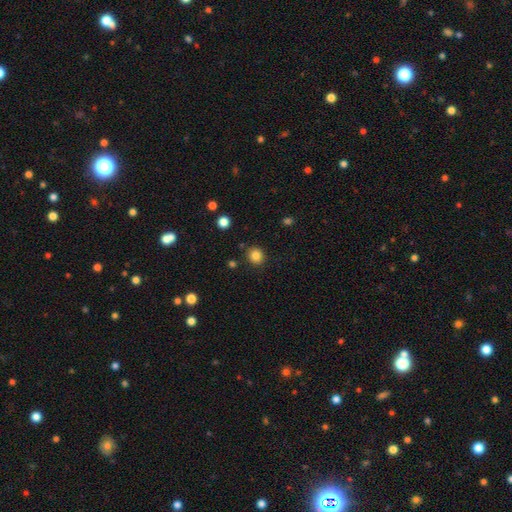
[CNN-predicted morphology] Overall: smooth (84%). How rounded: round (86%). Merging: none (88%).